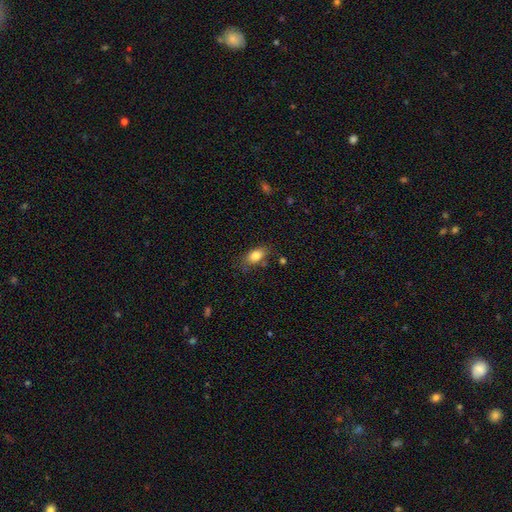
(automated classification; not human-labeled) This is clearly a smooth galaxy (82%). How rounded: clearly in between (86%). Merging: likely none (72%).